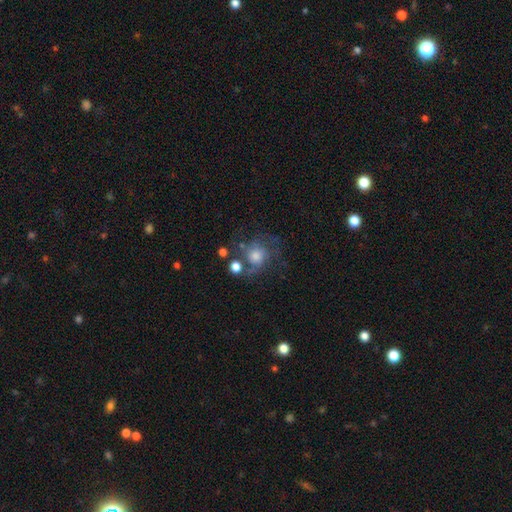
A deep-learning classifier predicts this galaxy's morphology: The model was most divided on "smooth or featured": featured or disk: 54%, smooth: 33%, star or artifact: 13%. Remaining: edge-on disk — no (97%); bar — no (80%); spiral arms — yes (79%); merging — none (54%); bulge size — moderate (47%).